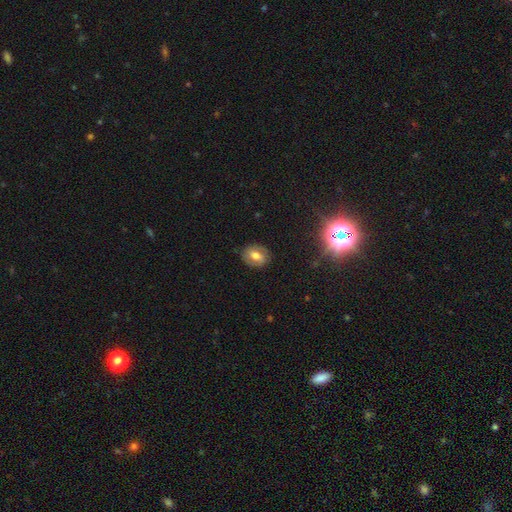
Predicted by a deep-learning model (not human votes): Smooth or featured? Predicted: smooth (p=0.52). How rounded? Predicted: in between (p=0.63). Merging? Predicted: none (p=0.83).